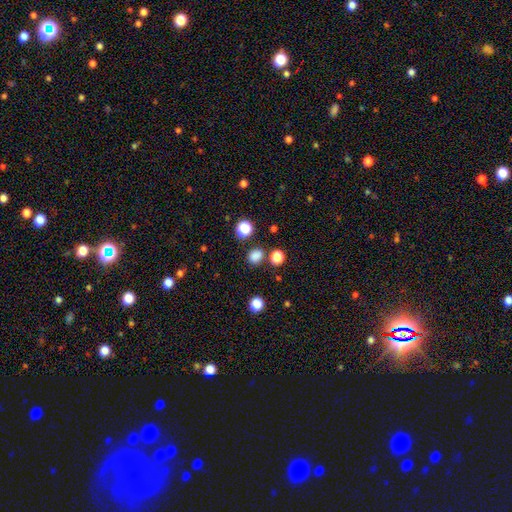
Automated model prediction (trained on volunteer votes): Morphology: type=smooth (80%); roundness=round (66%); merging=none (81%).